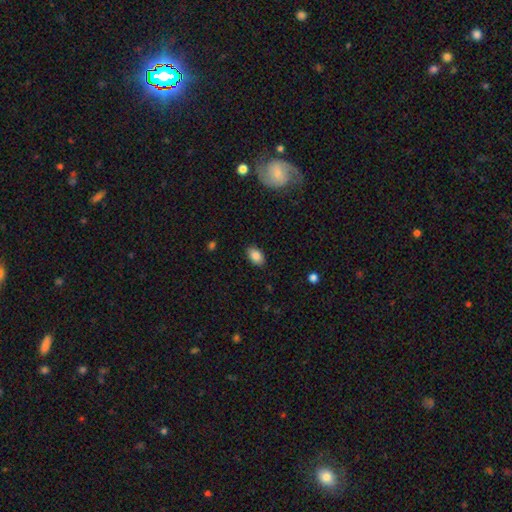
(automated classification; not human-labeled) Smooth or featured?
  - smooth: 86% *
  - star or artifact: 8%
  - featured or disk: 6%
How rounded?
  - in between: 90% *
  - round: 9%
  - cigar-shaped: 1%
Merging?
  - none: 88% *
  - minor disturbance: 9%
  - major disturbance: 2%
  - merger: 1%